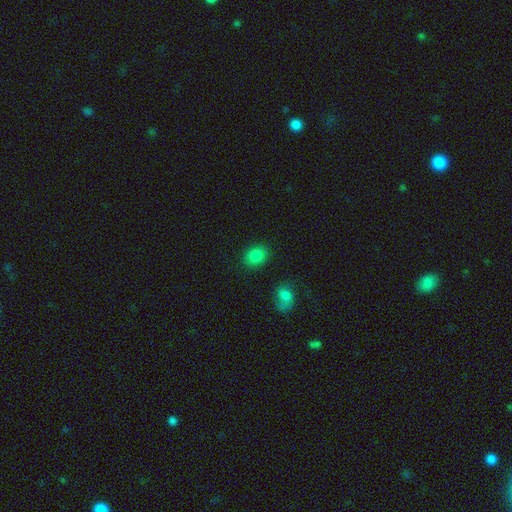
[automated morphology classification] smooth-or-featured: smooth: 85% | star or artifact: 10% | featured or disk: 5%
  how-rounded: in between: 59% | round: 39% | cigar-shaped: 1%
  merging: none: 84% | minor disturbance: 9% | major disturbance: 3% | merger: 3%